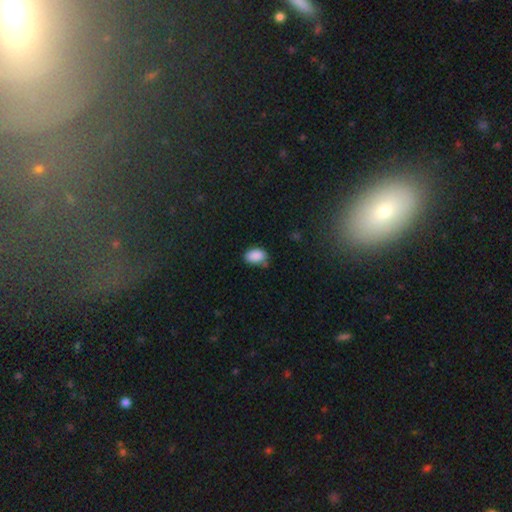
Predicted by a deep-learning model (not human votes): smooth-or-featured: smooth: 88% | star or artifact: 8% | featured or disk: 4%
  how-rounded: in between: 88% | round: 10% | cigar-shaped: 1%
  merging: none: 70% | minor disturbance: 20% | merger: 6% | major disturbance: 4%